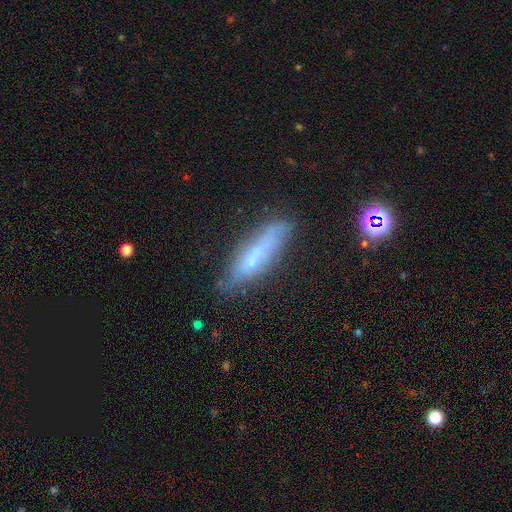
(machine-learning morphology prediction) This appears to be a smooth galaxy with no disk features (51%) that is cigar-shaped (72%). Merging: none (67%).